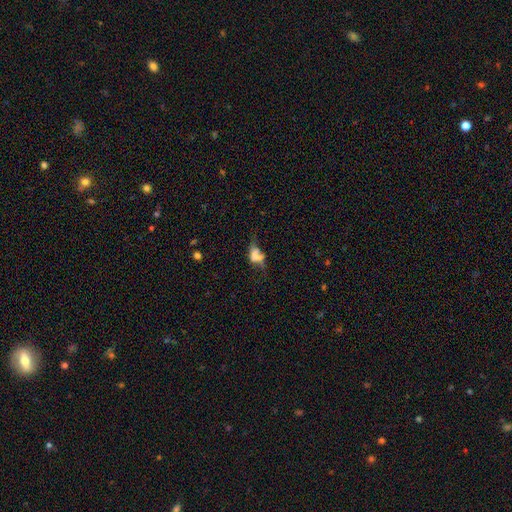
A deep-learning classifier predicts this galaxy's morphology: smooth 49%, featured or disk 32%, star or artifact 20%. Down the decision tree: merging — none (32%).